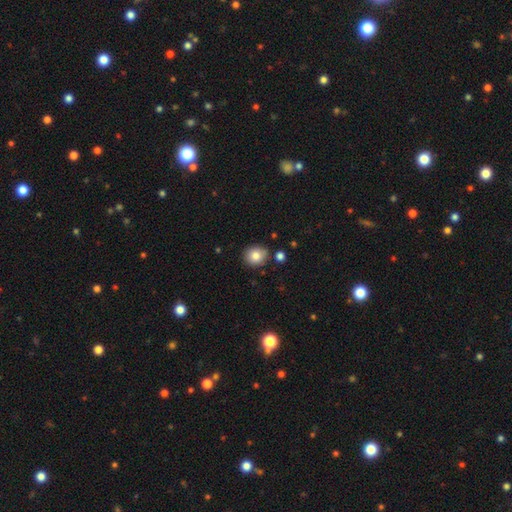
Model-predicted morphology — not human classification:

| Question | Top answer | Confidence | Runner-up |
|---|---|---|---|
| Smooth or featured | smooth | 82% | star or artifact (10%) |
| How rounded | round | 78% | in between (21%) |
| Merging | none | 83% | minor disturbance (10%) |